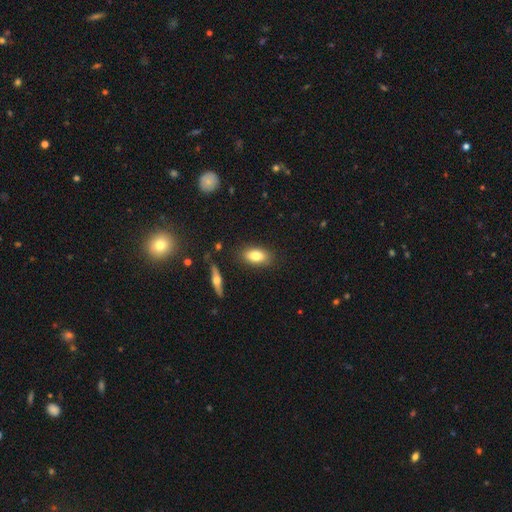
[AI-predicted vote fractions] Morphology: type=smooth (80%); roundness=in between (87%); merging=none (84%).